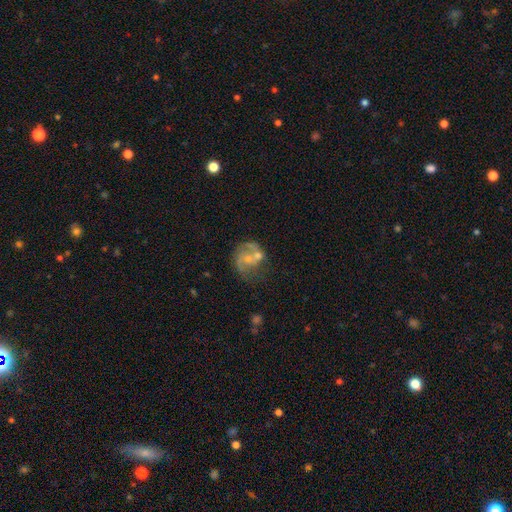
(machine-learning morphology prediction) type=featured or disk (64%); edge-on=no (98%); bar=no (62%); spiral arms=yes (72%); bulge=small (54%); merging=none (41%).